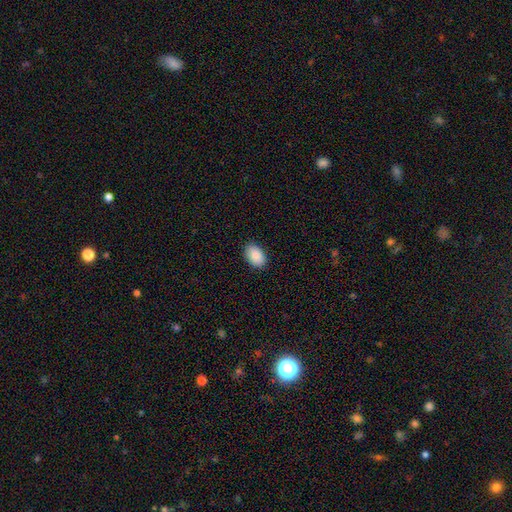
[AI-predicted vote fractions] smooth_or_featured: smooth (p=0.90) [alt: star or artifact p=0.07]
how_rounded: in between (p=0.89) [alt: round p=0.10]
merging: none (p=0.89) [alt: minor disturbance p=0.08]